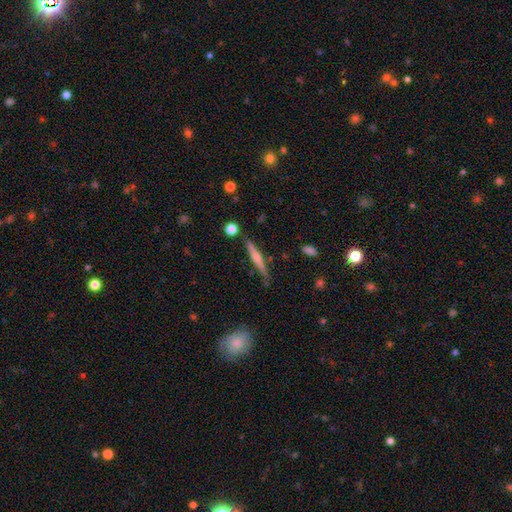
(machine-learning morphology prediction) This appears to be a featured or disk galaxy (60%) viewed edge-on (97%) with a rounded central bulge (67%). Merging: none (83%).